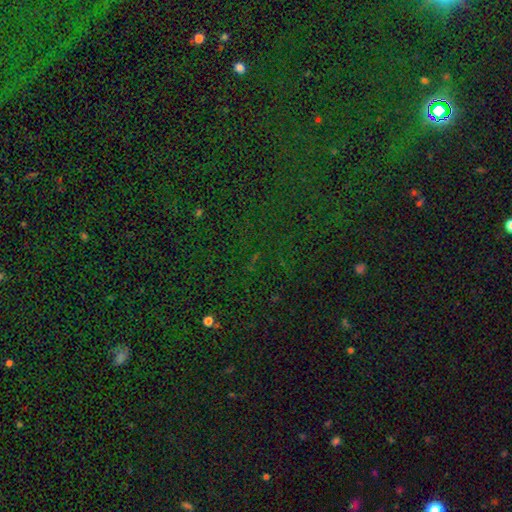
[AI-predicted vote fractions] Overall: star or artifact (82%).